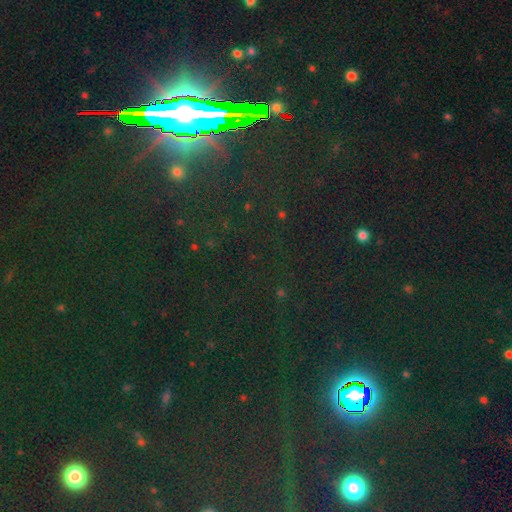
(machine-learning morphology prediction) Q: Smooth or featured?
A: star or artifact (81%); runner-up: smooth (11%)